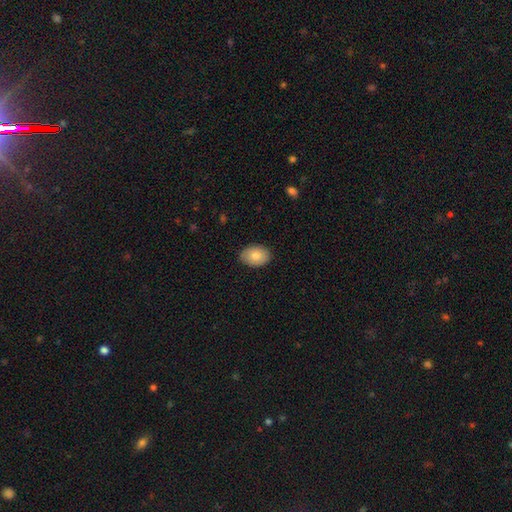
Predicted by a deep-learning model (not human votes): A smooth galaxy with no disk features (80%) that is in between round and cigar-shaped (80%).

Vote fractions:
- Smooth or featured? smooth: 80% / featured or disk: 13% / star or artifact: 7%
- How rounded? in between: 80% / round: 19% / cigar-shaped: 1%
- Merging? none: 86% / minor disturbance: 11% / major disturbance: 2% / merger: 1%